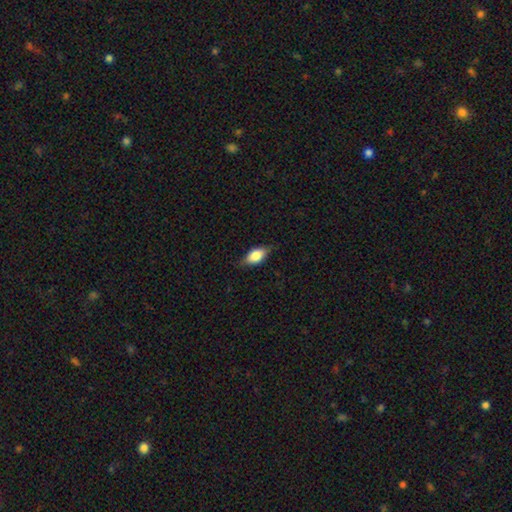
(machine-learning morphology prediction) Smooth or featured? smooth (74%)
How rounded? in between (85%)
Merging? none (78%)